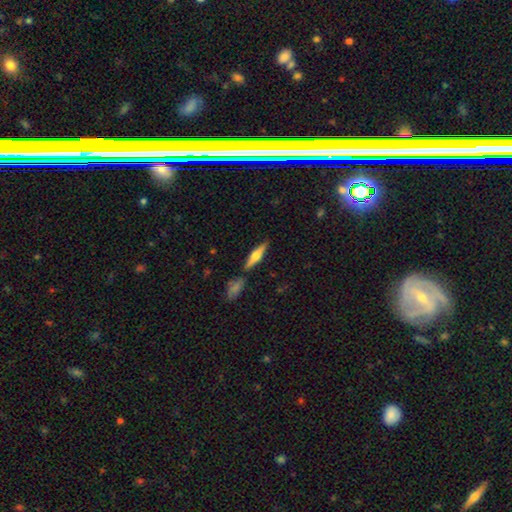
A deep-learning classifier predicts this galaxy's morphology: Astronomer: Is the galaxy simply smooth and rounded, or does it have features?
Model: featured or disk — 56% (runner-up: smooth, 38%).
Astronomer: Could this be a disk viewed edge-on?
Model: yes — 95%.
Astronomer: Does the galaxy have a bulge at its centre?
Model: rounded — 89%.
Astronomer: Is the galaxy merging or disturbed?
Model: none — 81%.